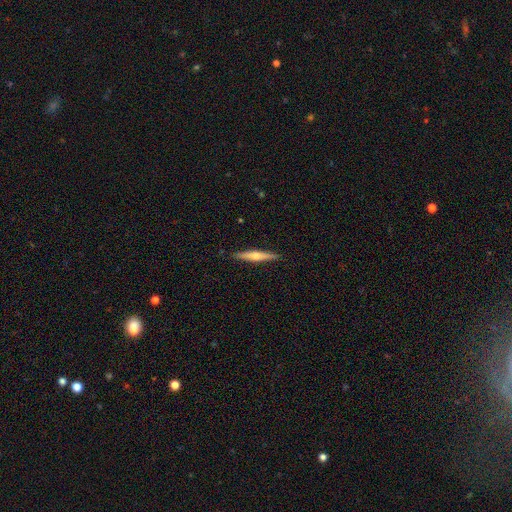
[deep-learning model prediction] A featured or disk galaxy (61%) viewed edge-on (97%) with a rounded central bulge (86%). Merging: none (91%).